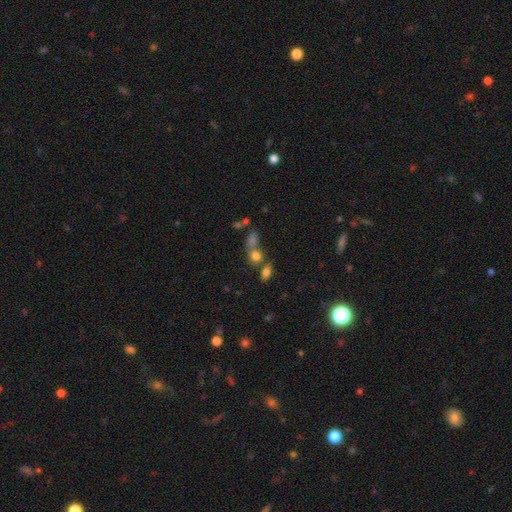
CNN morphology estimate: smooth-or-featured: smooth: 75% | star or artifact: 15% | featured or disk: 10%
  how-rounded: round: 49% | in between: 48% | cigar-shaped: 3%
  merging: merger: 44% | none: 41% | minor disturbance: 10% | major disturbance: 5%